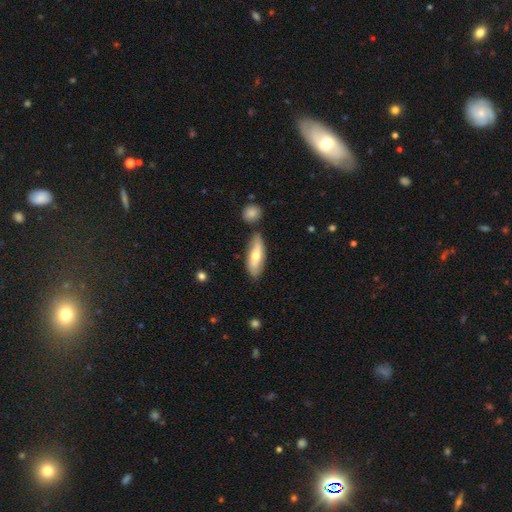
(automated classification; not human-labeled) The model was most divided on "how rounded": in between: 61%, cigar-shaped: 37%, round: 2%. More confident: merging — none (74%); smooth or featured — smooth (59%).